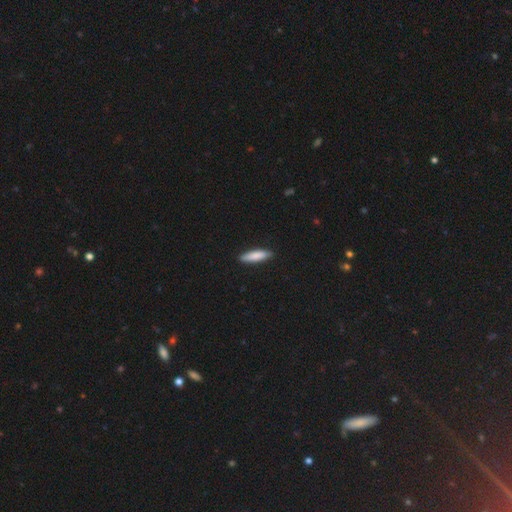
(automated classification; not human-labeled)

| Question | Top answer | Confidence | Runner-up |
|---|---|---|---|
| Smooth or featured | smooth | 83% | featured or disk (12%) |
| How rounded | cigar-shaped | 70% | in between (28%) |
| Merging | none | 89% | minor disturbance (8%) |